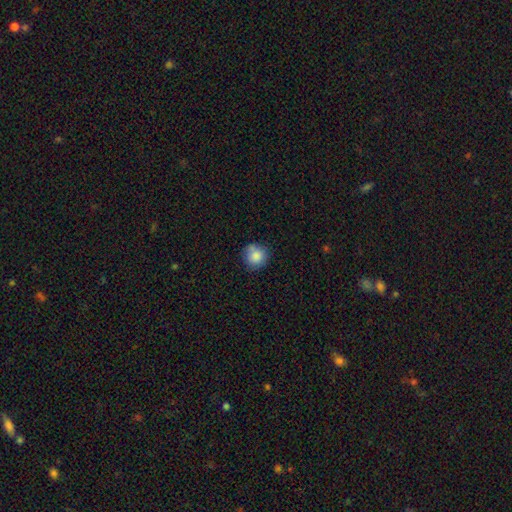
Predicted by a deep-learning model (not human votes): Q: Smooth or featured?
A: smooth (85%); runner-up: star or artifact (9%)
Q: How rounded?
A: round (90%); runner-up: in between (9%)
Q: Merging?
A: none (72%); runner-up: minor disturbance (19%)